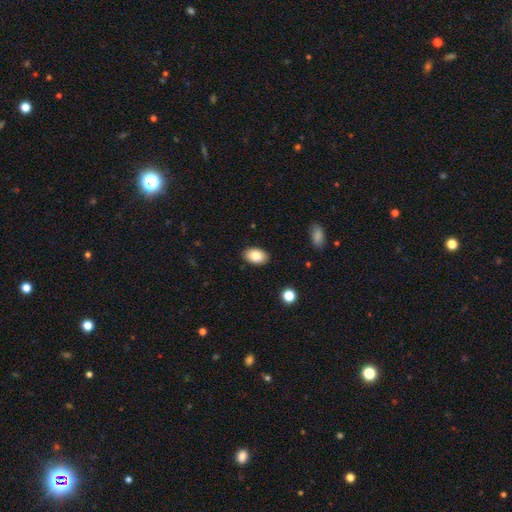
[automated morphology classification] smooth-or-featured: smooth: 85% | featured or disk: 8% | star or artifact: 7%
  how-rounded: in between: 90% | round: 9% | cigar-shaped: 1%
  merging: none: 88% | minor disturbance: 9% | major disturbance: 2% | merger: 1%